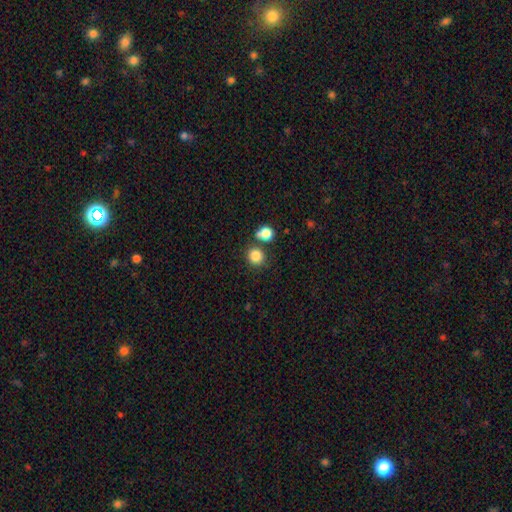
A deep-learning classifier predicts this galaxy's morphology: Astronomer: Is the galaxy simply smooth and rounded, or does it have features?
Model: smooth — 84%.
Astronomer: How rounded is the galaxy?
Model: round — 85%.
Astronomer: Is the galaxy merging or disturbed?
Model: none — 71%.